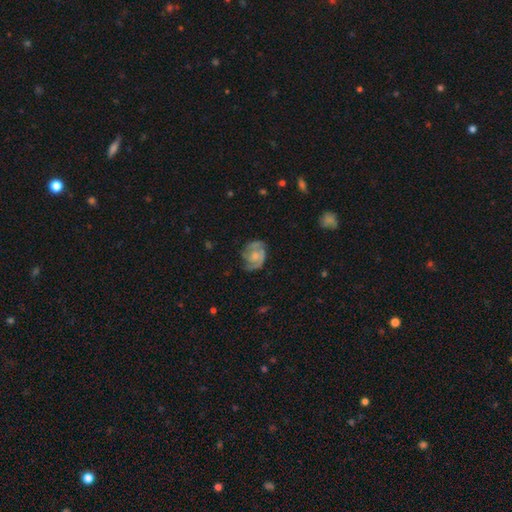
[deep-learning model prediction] A featured or disk galaxy (75%) with no bar (69%), 2 (53%) medium (44%) spiral arms (91%) and a small central bulge (42%).

Vote fractions:
- Smooth or featured? featured or disk: 75% / smooth: 18% / star or artifact: 6%
- Edge-on disk? no: 98% / yes: 2%
- Bar? no: 69% / weak: 27% / strong: 4%
- Spiral arms? yes: 91% / no: 9%
- Spiral winding? medium: 44% / tight: 42% / loose: 14%
- Spiral arm count? 2: 53% / 3: 19% / can't tell: 16% / 1: 4% / 4: 4% / more than 4: 3%
- Bulge size? small: 42% / moderate: 37% / none: 15% / large: 5% / dominant: 1%
- Merging? none: 65% / minor disturbance: 22% / major disturbance: 11% / merger: 2%